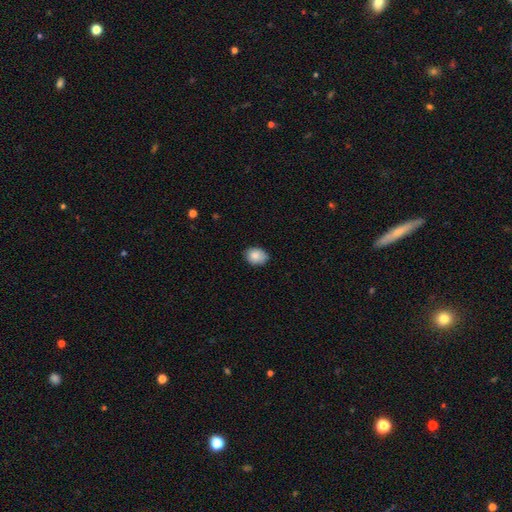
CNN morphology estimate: Smooth or featured? Predicted: smooth (p=0.86). How rounded? Predicted: in between (p=0.61). Merging? Predicted: none (p=0.79).